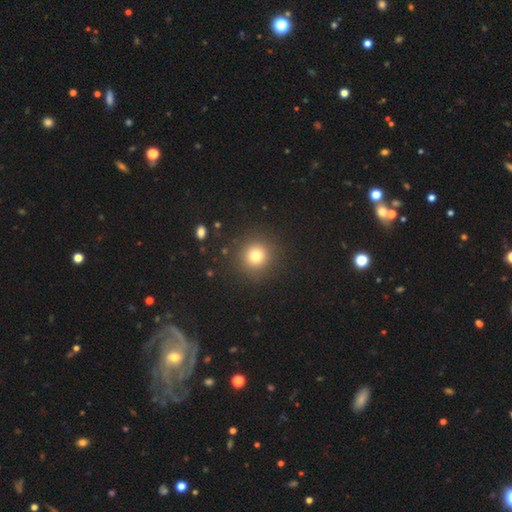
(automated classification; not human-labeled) Smooth or featured? smooth (77%)
How rounded? round (94%)
Merging? none (90%)